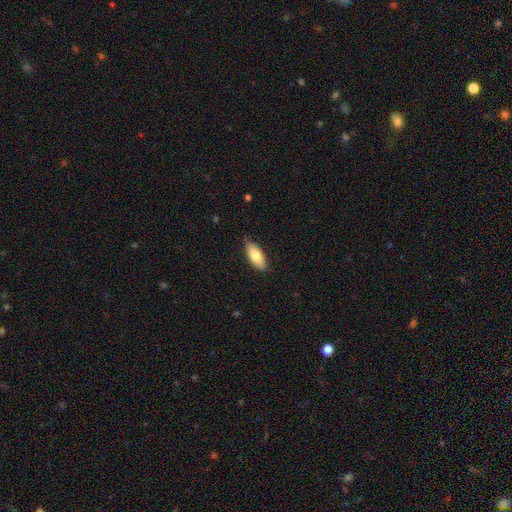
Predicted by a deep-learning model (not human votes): This appears to be a smooth galaxy with no disk features (74%) that is in between round and cigar-shaped (80%). Merging: none (82%).